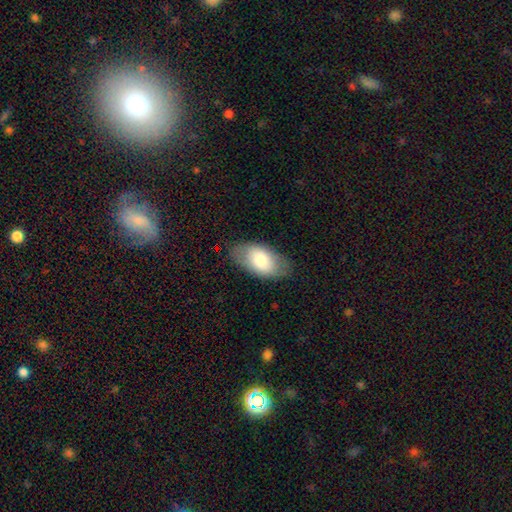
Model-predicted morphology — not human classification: smooth 76%, featured or disk 18%, star or artifact 6%. Down the decision tree: how rounded — in between (94%); merging — none (78%).